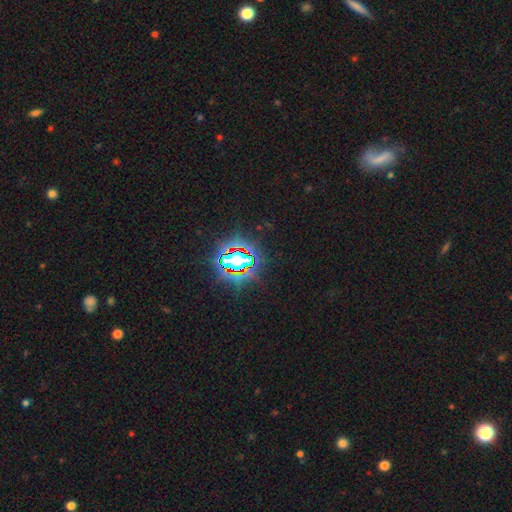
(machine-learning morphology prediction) Overall: star or artifact (82%).